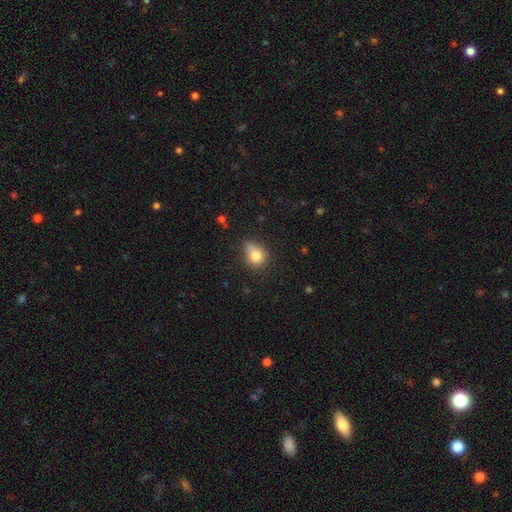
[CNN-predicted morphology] A smooth galaxy with no disk features (77%) that is round (59%). Merging: none (46%).